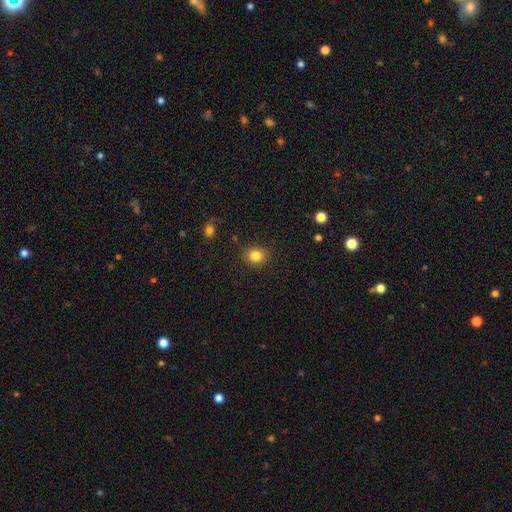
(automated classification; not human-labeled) A smooth galaxy with no disk features (84%) that is round (79%).

Vote fractions:
- Smooth or featured? smooth: 84% / star or artifact: 11% / featured or disk: 5%
- How rounded? round: 79% / in between: 20% / cigar-shaped: 1%
- Merging? none: 88% / minor disturbance: 8% / major disturbance: 3% / merger: 2%